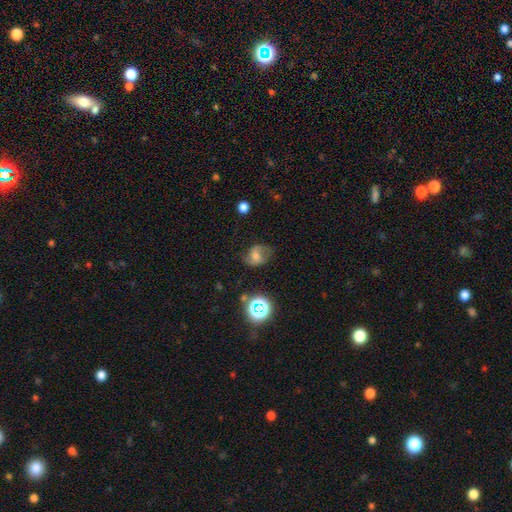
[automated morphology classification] Smooth or featured? smooth (47%)
Merging? none (57%)